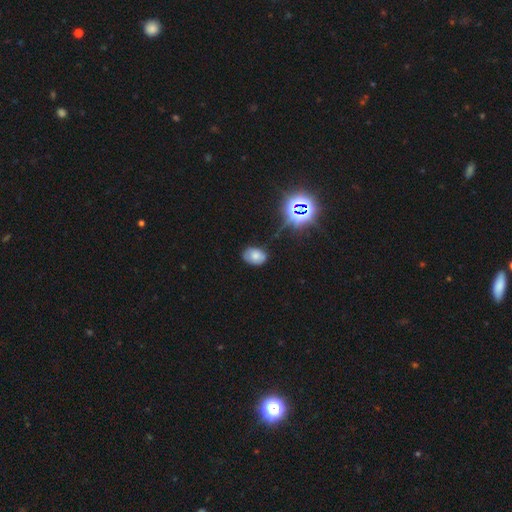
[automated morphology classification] Smooth or featured?
  - smooth: 69% *
  - star or artifact: 18%
  - featured or disk: 13%
How rounded?
  - in between: 83% *
  - round: 16%
  - cigar-shaped: 1%
Merging?
  - none: 75% *
  - minor disturbance: 19%
  - major disturbance: 4%
  - merger: 2%